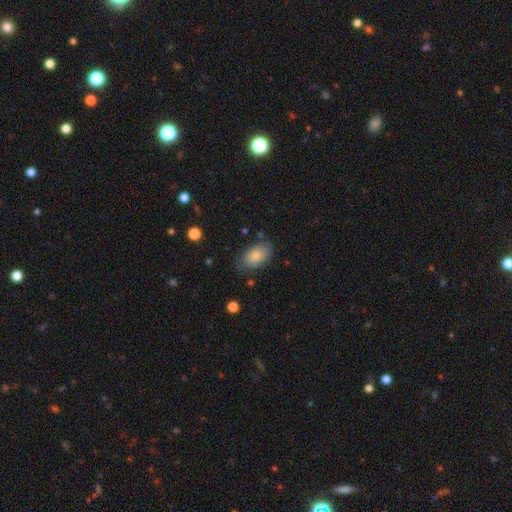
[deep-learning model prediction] smooth_or_featured: smooth (p=0.82) [alt: featured or disk p=0.11]
how_rounded: in between (p=0.92) [alt: round p=0.07]
merging: none (p=0.73) [alt: minor disturbance p=0.20]